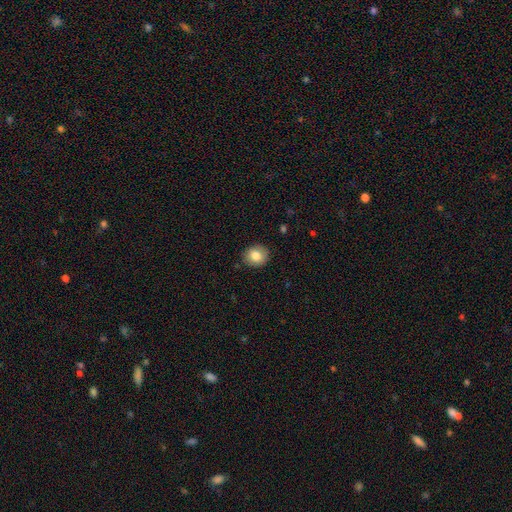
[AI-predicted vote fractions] Smooth or featured? Predicted: smooth (p=0.82). How rounded? Predicted: round (p=0.79). Merging? Predicted: none (p=0.88).